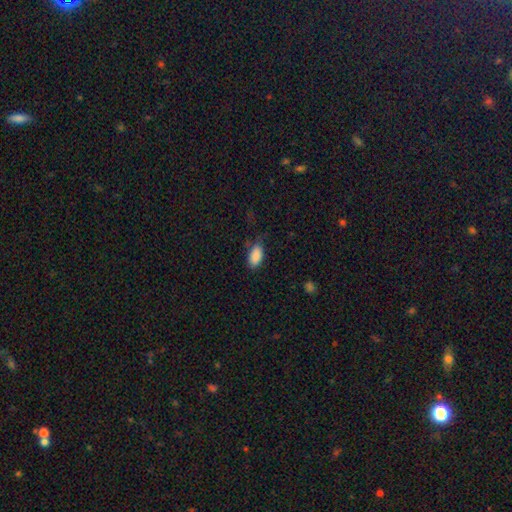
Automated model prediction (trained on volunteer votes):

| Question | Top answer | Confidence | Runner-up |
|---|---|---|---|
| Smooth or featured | smooth | 88% | star or artifact (7%) |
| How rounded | in between | 93% | round (4%) |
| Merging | none | 64% | minor disturbance (26%) |